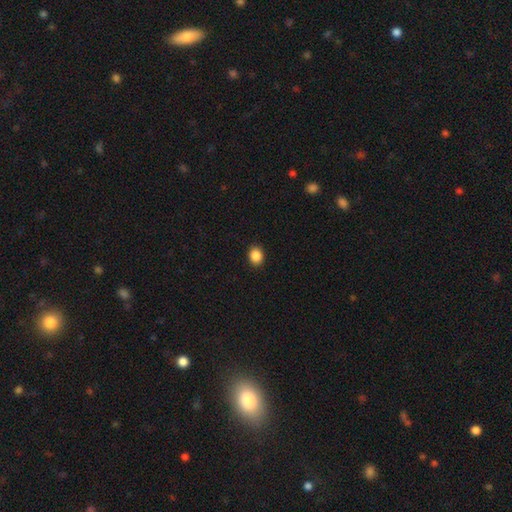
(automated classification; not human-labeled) smooth-or-featured: smooth: 88% | star or artifact: 9% | featured or disk: 3%
  how-rounded: round: 56% | in between: 43% | cigar-shaped: 1%
  merging: none: 91% | minor disturbance: 7% | major disturbance: 2% | merger: 1%